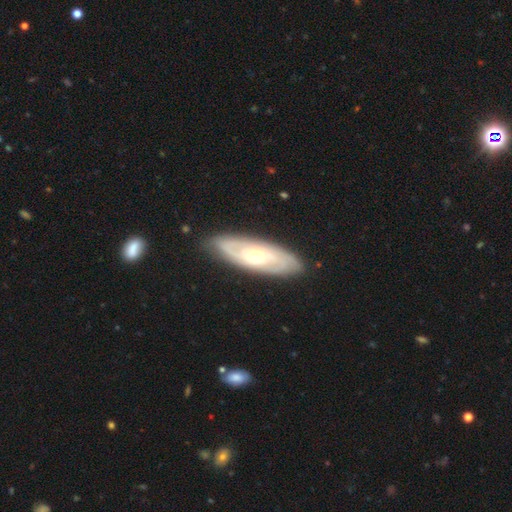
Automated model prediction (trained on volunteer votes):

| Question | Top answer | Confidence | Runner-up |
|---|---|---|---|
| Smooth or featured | featured or disk | 72% | smooth (23%) |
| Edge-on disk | no | 80% | yes (20%) |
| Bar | no | 66% | weak (27%) |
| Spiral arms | yes | 79% | no (21%) |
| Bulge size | moderate | 65% | small (28%) |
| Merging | none | 84% | minor disturbance (12%) |